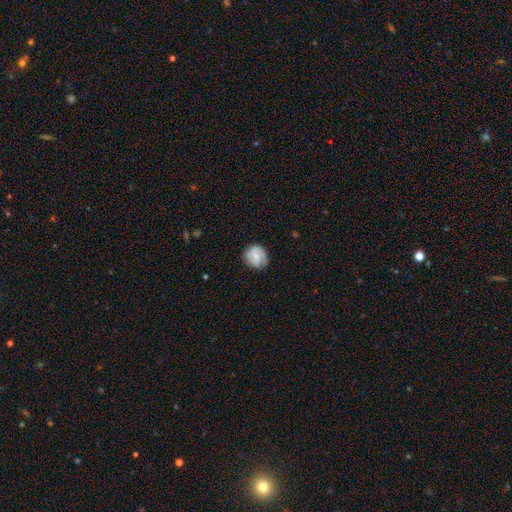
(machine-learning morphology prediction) A smooth galaxy with no disk features (55%) that is round (82%). Merging: none (73%).